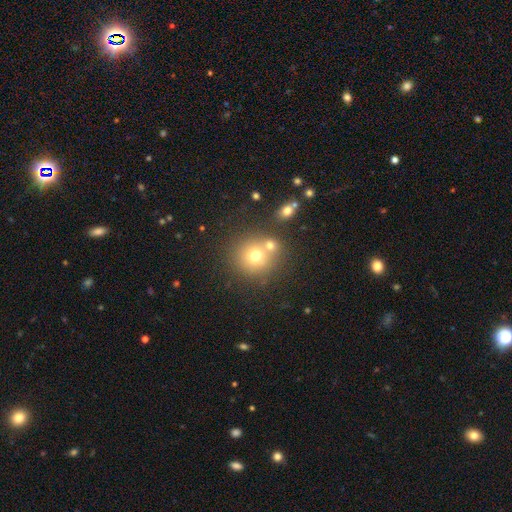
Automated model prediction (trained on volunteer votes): This is likely a smooth galaxy (70%). How rounded: clearly round (89%). Merging: possibly none (59%).